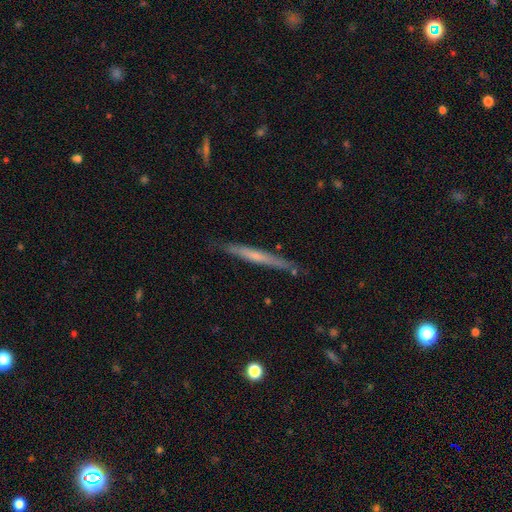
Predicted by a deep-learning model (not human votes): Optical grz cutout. It shows a featured or disk galaxy (54%) viewed edge-on (96%) with no central bulge (67%). Merging: none (85%).